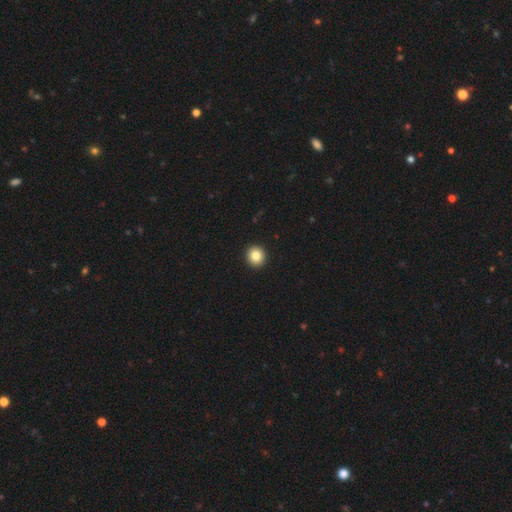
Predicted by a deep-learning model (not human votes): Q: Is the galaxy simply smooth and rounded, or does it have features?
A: smooth — 84%.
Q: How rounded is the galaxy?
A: round — 90%.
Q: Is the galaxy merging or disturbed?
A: none — 94%.